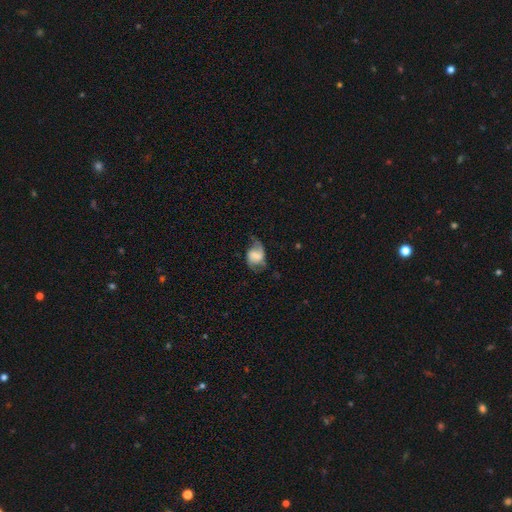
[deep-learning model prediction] This is likely a featured or disk galaxy (62%). It is clearly not viewed edge-on (97%). Bar: marginally weak (43%). Spiral arm pattern: clearly yes (87%). Spiral arm count: clearly 2 (82%). Spiral winding: possibly loose (49%). Central bulge: marginally none (41%). Merging: possibly none (53%).